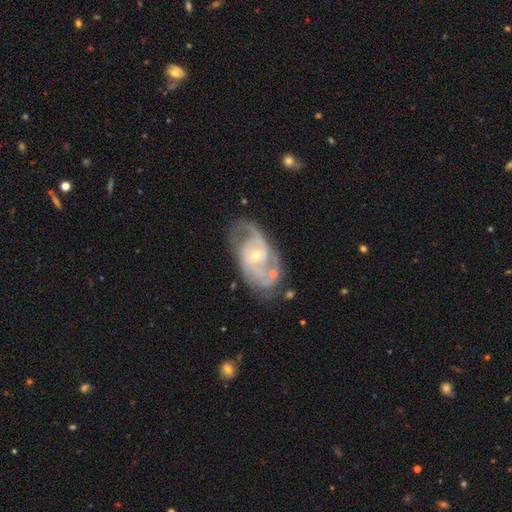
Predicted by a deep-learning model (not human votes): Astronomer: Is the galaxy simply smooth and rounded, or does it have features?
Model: featured or disk — 87%.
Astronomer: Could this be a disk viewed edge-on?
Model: no — 96%.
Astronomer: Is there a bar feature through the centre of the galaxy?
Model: no — 65%.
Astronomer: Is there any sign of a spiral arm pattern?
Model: yes — 94%.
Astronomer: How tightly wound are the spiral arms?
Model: medium — 46% (runner-up: tight, 38%).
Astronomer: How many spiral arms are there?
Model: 2 — 62%.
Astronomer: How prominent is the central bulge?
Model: small — 66%.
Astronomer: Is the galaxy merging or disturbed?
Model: none — 62%.